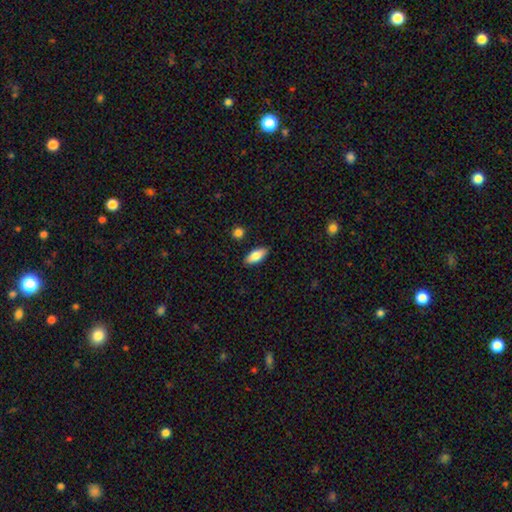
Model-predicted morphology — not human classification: Q: Smooth or featured?
A: smooth (82%); runner-up: featured or disk (12%)
Q: How rounded?
A: in between (84%); runner-up: cigar-shaped (14%)
Q: Merging?
A: none (88%); runner-up: minor disturbance (9%)